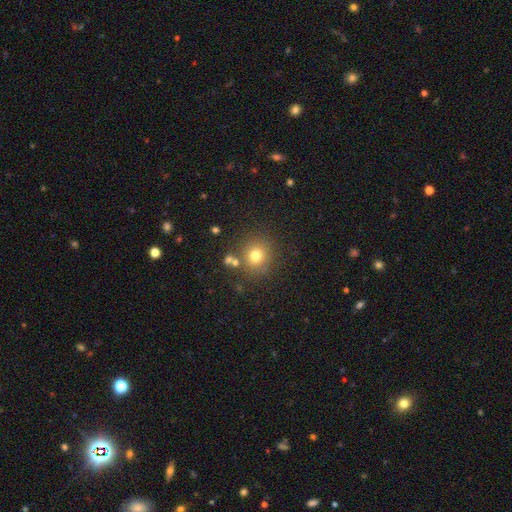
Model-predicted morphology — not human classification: type=smooth (75%); roundness=round (88%); merging=none (80%).